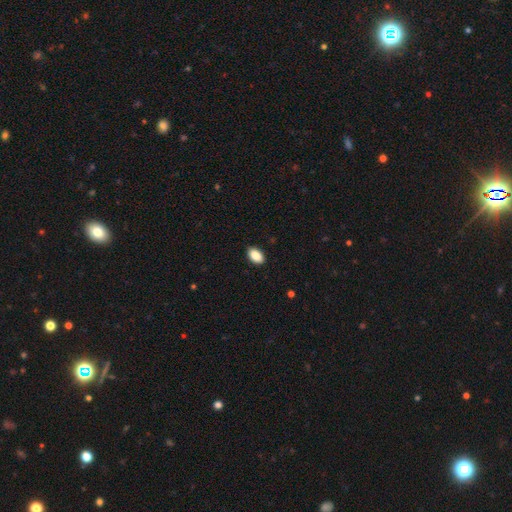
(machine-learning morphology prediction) This appears to be a smooth galaxy with no disk features (89%) that is in between round and cigar-shaped (92%). Merging: none (89%).